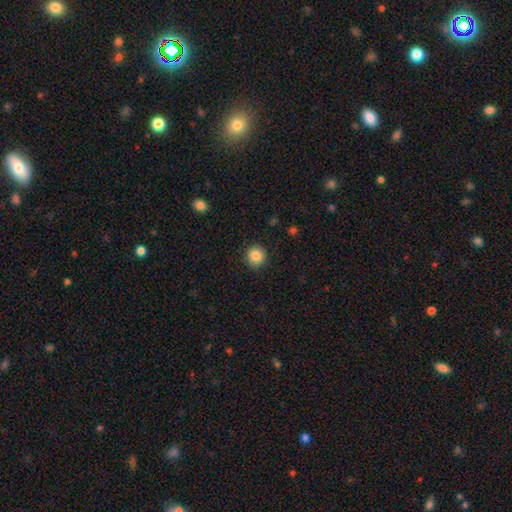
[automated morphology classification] Smooth or featured? Predicted: smooth (p=0.85). How rounded? Predicted: round (p=0.90). Merging? Predicted: none (p=0.91).